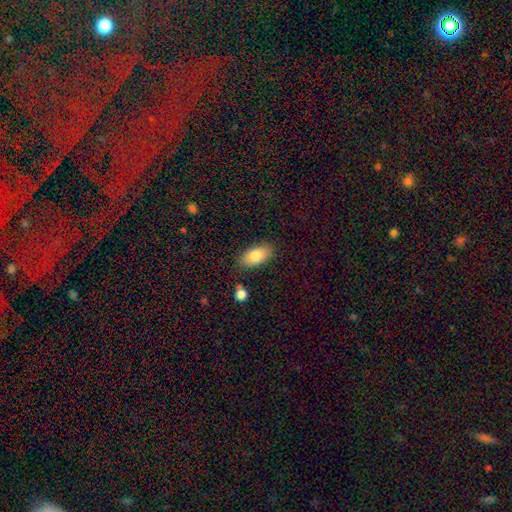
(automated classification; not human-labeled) Smooth or featured? smooth (82%)
How rounded? in between (91%)
Merging? none (83%)